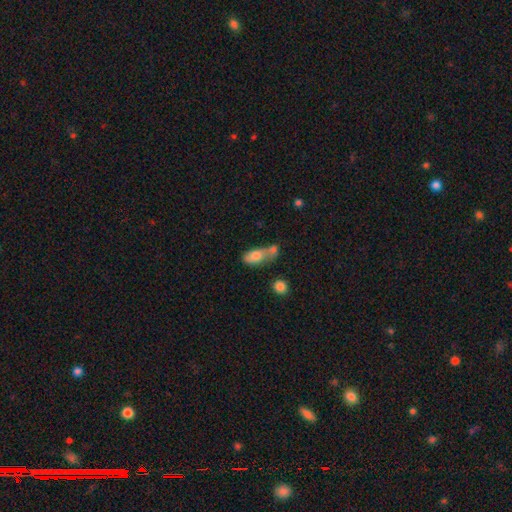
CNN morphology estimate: smooth-or-featured: smooth: 75% | featured or disk: 16% | star or artifact: 8%
  how-rounded: in between: 78% | cigar-shaped: 14% | round: 8%
  merging: merger: 50% | none: 27% | minor disturbance: 15% | major disturbance: 9%